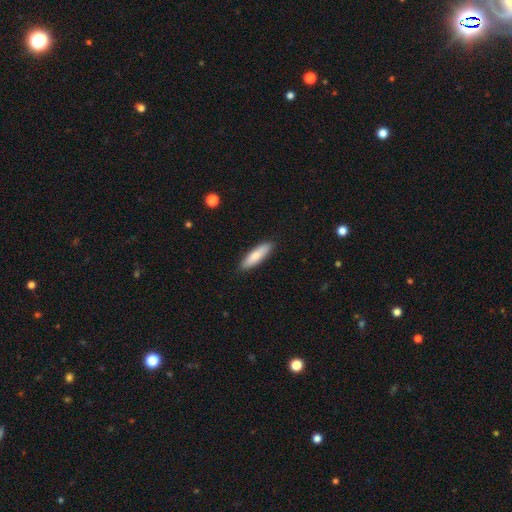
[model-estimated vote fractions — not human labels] smooth_or_featured: smooth (p=0.81) [alt: featured or disk p=0.14]
how_rounded: cigar-shaped (p=0.65) [alt: in between p=0.34]
merging: none (p=0.89) [alt: minor disturbance p=0.08]